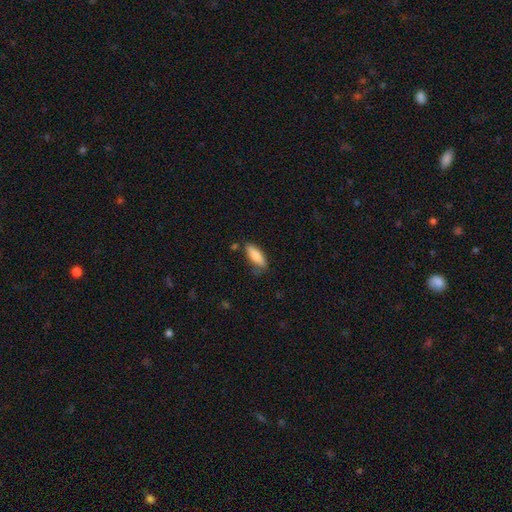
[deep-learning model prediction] Q: Smooth or featured?
A: smooth (80%); runner-up: featured or disk (13%)
Q: How rounded?
A: in between (61%); runner-up: cigar-shaped (37%)
Q: Merging?
A: none (72%); runner-up: minor disturbance (20%)